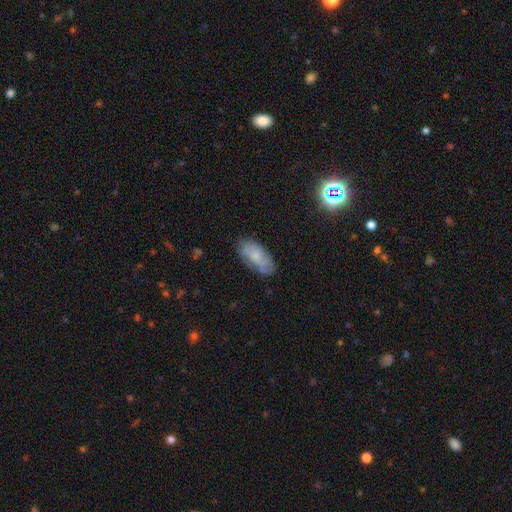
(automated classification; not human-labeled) Smooth or featured: smooth — 68% (featured or disk — 23%)
How rounded: in between — 89% (cigar-shaped — 8%)
Merging: none — 70% (minor disturbance — 23%)